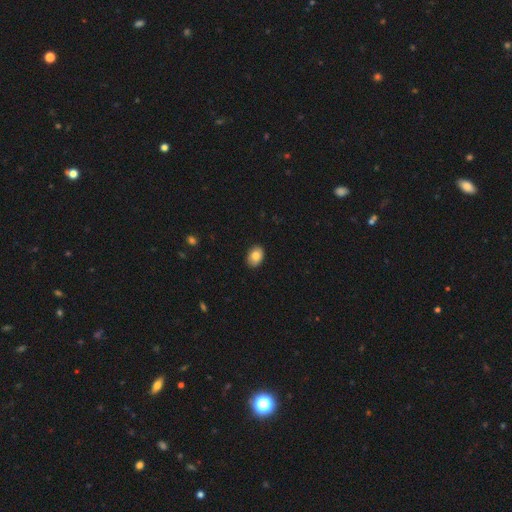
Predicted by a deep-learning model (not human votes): Morphology: type=smooth (84%); roundness=in between (79%); merging=none (87%).